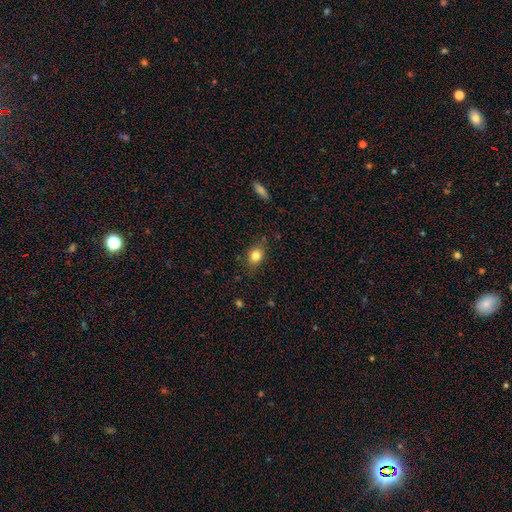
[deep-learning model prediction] This appears to be a smooth galaxy with no disk features (82%) that is in between round and cigar-shaped (56%). Merging: none (80%).